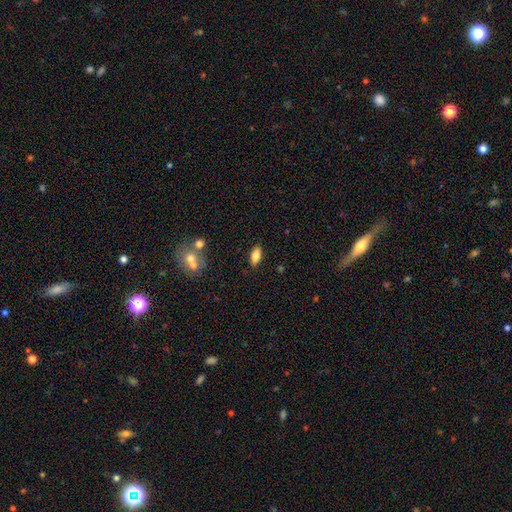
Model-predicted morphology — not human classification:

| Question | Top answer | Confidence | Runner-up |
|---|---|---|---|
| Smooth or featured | smooth | 80% | featured or disk (11%) |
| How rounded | in between | 87% | cigar-shaped (11%) |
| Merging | none | 86% | minor disturbance (9%) |